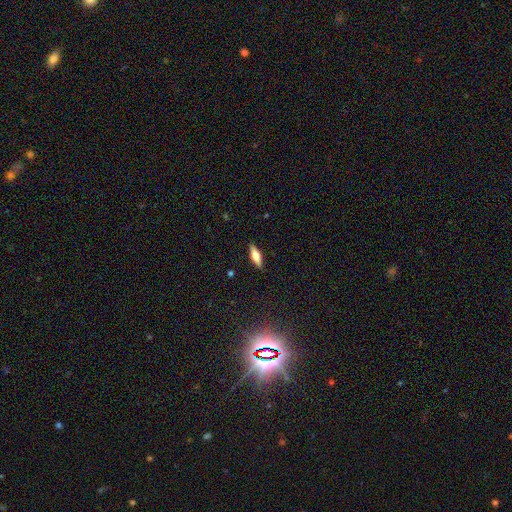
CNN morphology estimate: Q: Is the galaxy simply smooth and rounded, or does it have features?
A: smooth — 50%.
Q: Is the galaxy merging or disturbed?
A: none — 89%.